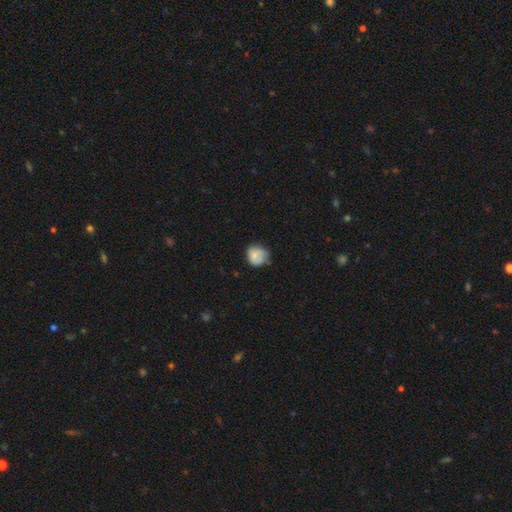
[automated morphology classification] type=smooth (70%); roundness=round (77%); merging=none (57%).